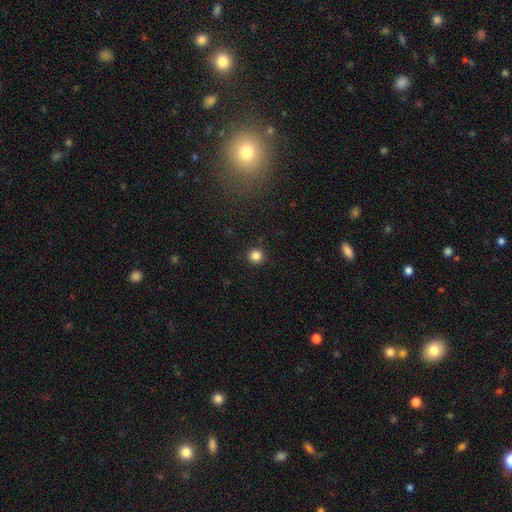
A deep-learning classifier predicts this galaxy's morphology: Overall: smooth (84%). How rounded: round (95%). Merging: none (92%).